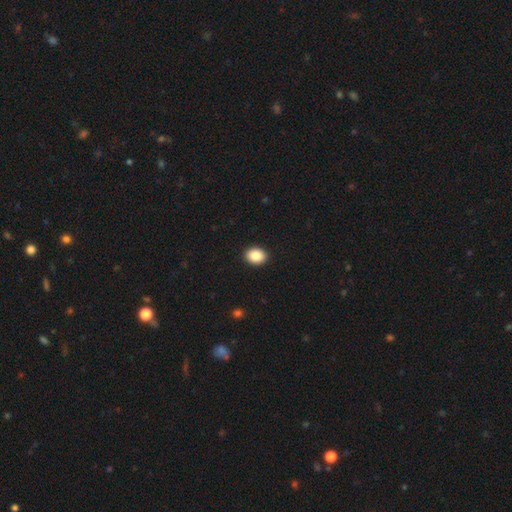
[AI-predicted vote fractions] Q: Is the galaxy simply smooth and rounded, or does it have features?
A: smooth — 87%.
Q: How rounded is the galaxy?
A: in between — 59%.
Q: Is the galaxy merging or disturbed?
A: none — 92%.